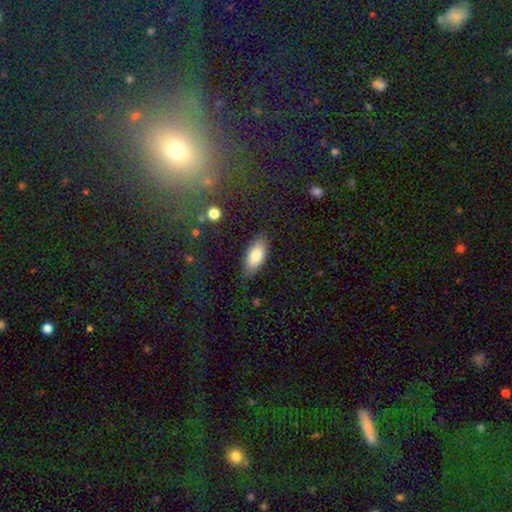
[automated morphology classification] This appears to be a smooth galaxy with no disk features (82%) that is in between round and cigar-shaped (89%). Merging: none (81%).